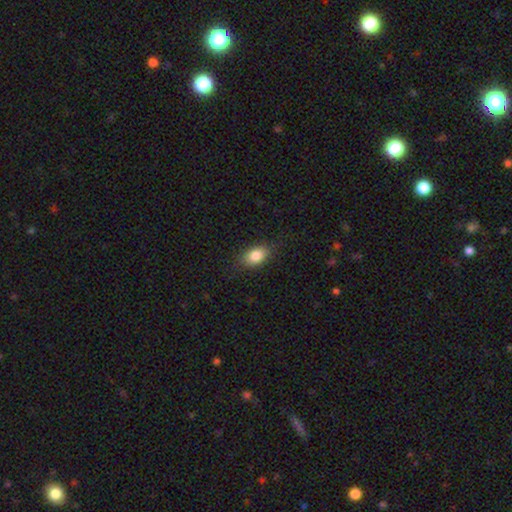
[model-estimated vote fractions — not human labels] A smooth galaxy with no disk features (84%) that is in between round and cigar-shaped (83%).

Vote fractions:
- Smooth or featured? smooth: 84% / star or artifact: 8% / featured or disk: 8%
- How rounded? in between: 83% / round: 14% / cigar-shaped: 2%
- Merging? none: 83% / minor disturbance: 13% / major disturbance: 3% / merger: 1%